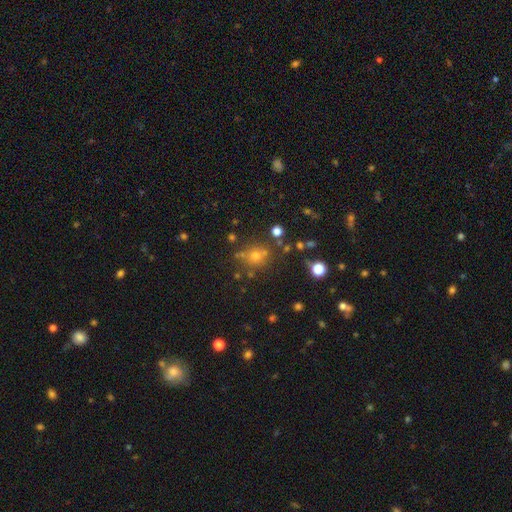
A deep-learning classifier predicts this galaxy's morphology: A smooth galaxy with no disk features (59%) that is round (79%). Merging: none (73%).